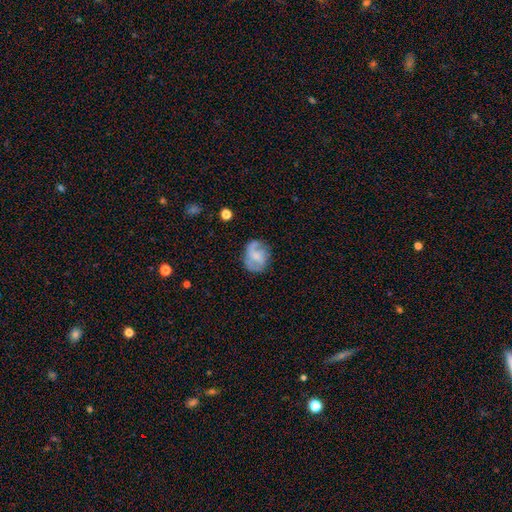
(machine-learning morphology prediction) A featured or disk galaxy (49%). Merging: none (61%).